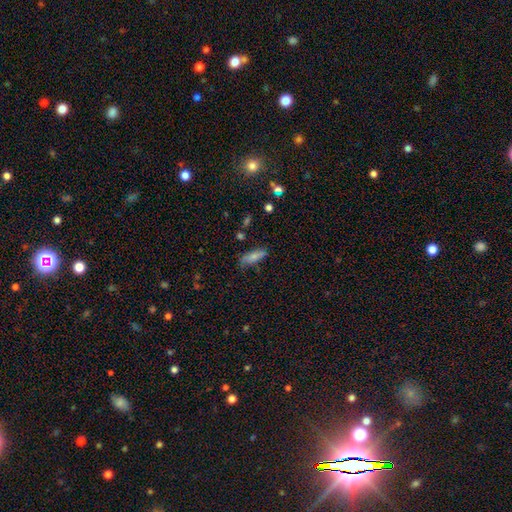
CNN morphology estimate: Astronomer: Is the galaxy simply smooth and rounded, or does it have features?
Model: smooth — 68%.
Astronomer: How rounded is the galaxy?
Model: cigar-shaped — 51% (runner-up: in between, 46%).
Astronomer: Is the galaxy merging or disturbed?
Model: none — 74%.